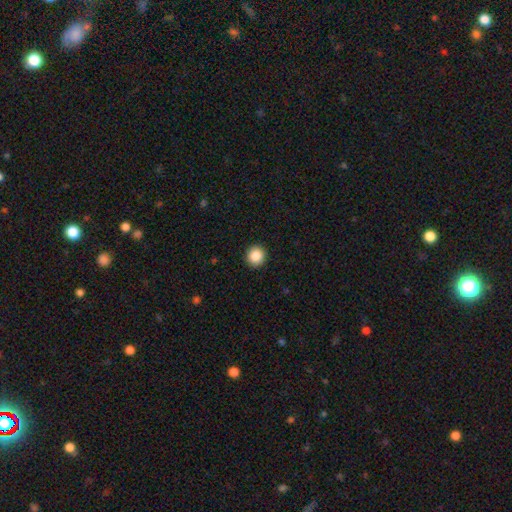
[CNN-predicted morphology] smooth 87%, star or artifact 9%, featured or disk 4%. Down the decision tree: how rounded — round (91%); merging — none (93%).